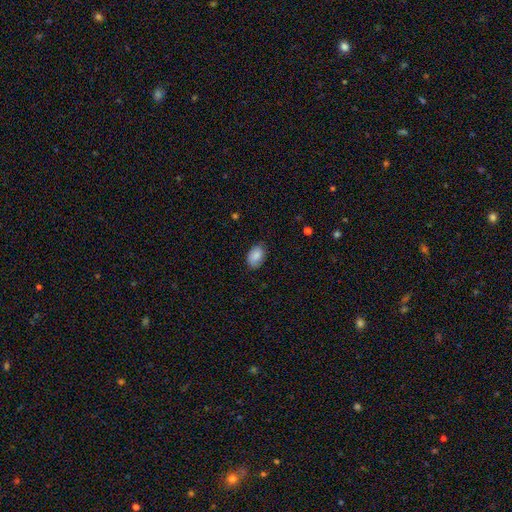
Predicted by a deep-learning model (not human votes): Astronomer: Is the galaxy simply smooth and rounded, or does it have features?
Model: smooth — 86%.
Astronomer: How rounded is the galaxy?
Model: in between — 89%.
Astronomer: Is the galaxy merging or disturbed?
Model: none — 79%.